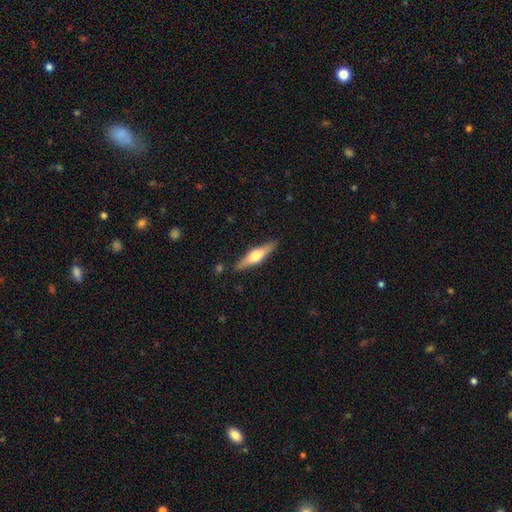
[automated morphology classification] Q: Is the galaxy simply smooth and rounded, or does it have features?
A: featured or disk — 54%.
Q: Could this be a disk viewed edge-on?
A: yes — 95%.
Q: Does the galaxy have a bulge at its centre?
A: rounded — 90%.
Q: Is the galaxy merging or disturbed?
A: none — 87%.